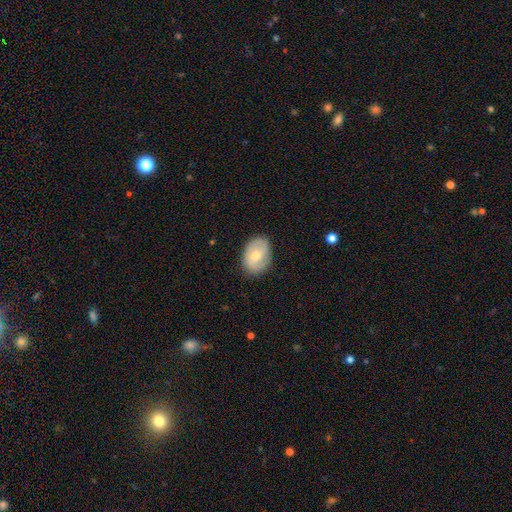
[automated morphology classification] The model was most divided on "smooth or featured": smooth: 55%, featured or disk: 39%, star or artifact: 6%. More confident: merging — none (79%); how rounded — in between (79%).